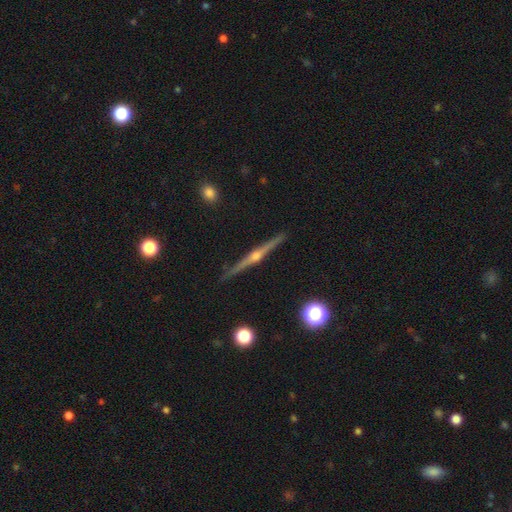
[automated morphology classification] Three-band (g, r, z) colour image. It shows a featured or disk galaxy (86%) viewed edge-on (99%) with a rounded central bulge (93%). Merging: none (92%).